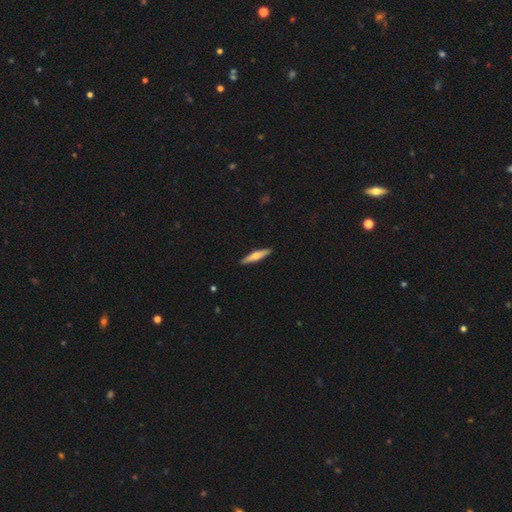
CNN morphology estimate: Smooth or featured? featured or disk (48%)
Merging? none (92%)